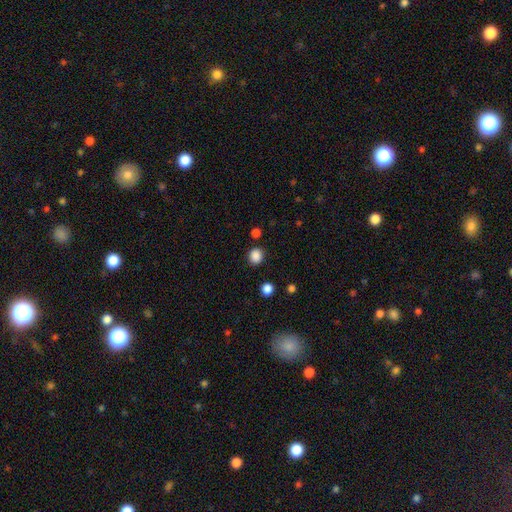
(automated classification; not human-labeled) smooth 86%, star or artifact 11%, featured or disk 3%. Down the decision tree: how rounded — round (83%); merging — none (88%).